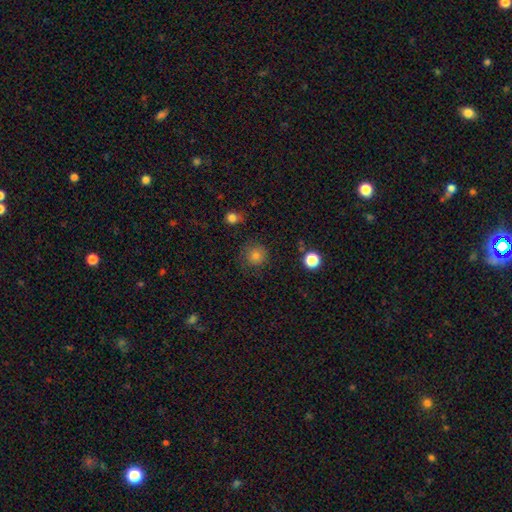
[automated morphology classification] Overall: smooth (76%). How rounded: round (93%). Merging: none (82%).